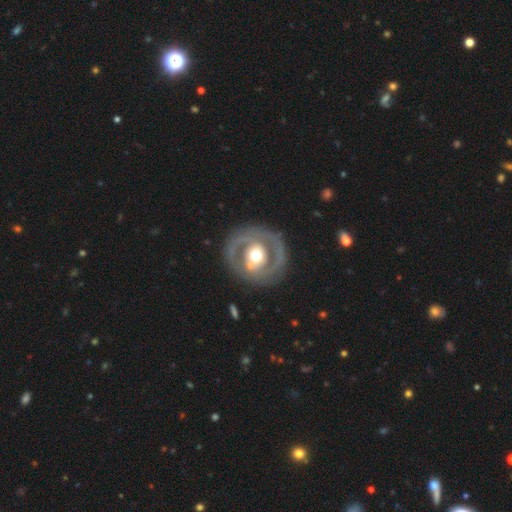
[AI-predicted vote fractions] Smooth or featured? Predicted: featured or disk (p=0.79). Edge-on disk? Predicted: no (p=0.97). Bar? Predicted: no (p=0.51). Spiral arms? Predicted: yes (p=0.70). Spiral winding? Predicted: tight (p=0.47). Spiral arm count? Predicted: 2 (p=0.77). Bulge size? Predicted: moderate (p=0.64). Merging? Predicted: none (p=0.81).